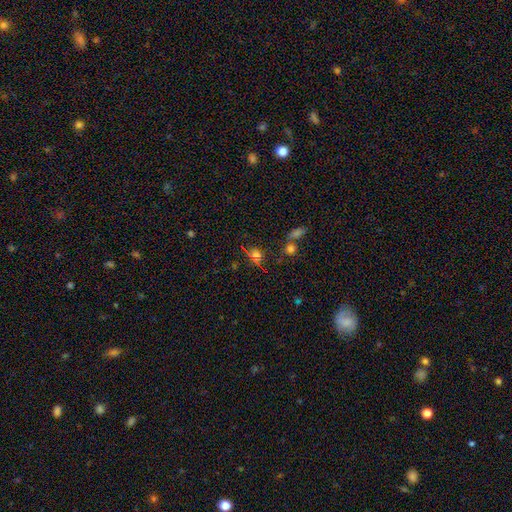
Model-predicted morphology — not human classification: type=smooth (54%); roundness=round (66%); merging=none (64%).